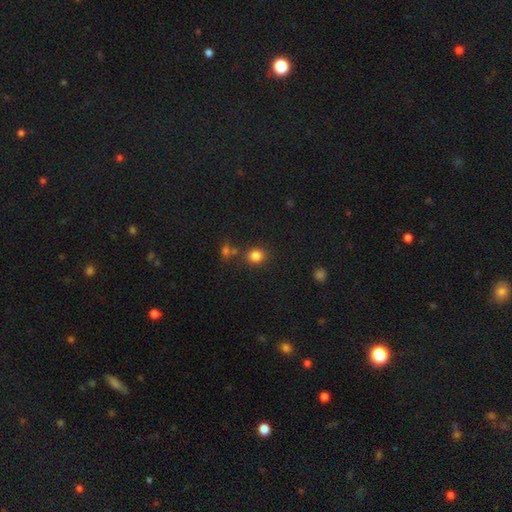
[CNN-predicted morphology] Smooth or featured? smooth (83%)
How rounded? round (80%)
Merging? none (80%)